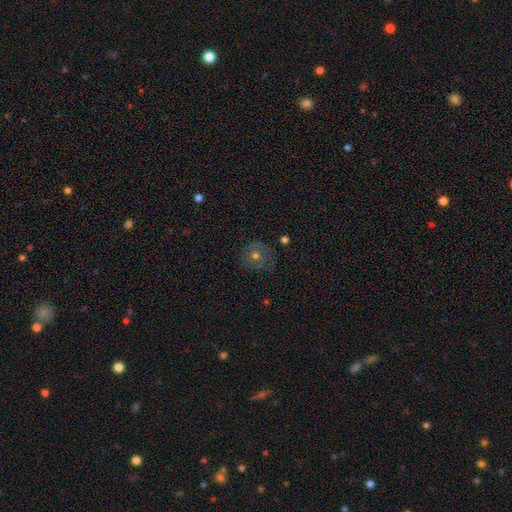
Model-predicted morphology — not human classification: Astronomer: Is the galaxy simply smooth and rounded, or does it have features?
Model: featured or disk — 48% (runner-up: smooth, 37%).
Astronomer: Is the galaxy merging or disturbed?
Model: none — 76%.